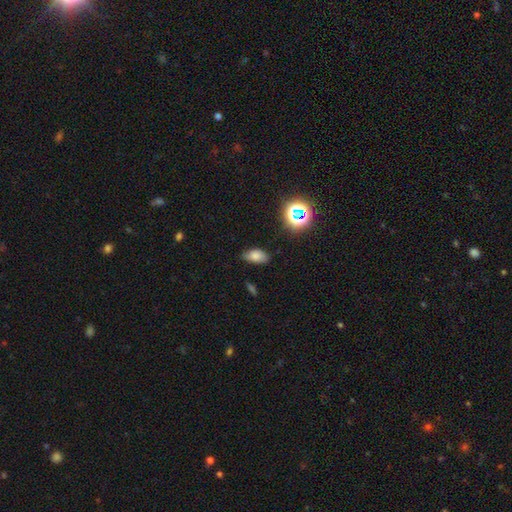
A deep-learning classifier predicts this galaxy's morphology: Smooth or featured? Predicted: smooth (p=0.75). How rounded? Predicted: in between (p=0.91). Merging? Predicted: none (p=0.77).